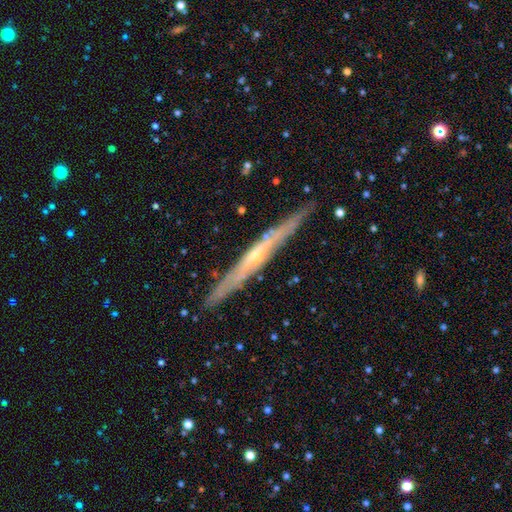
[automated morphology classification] Smooth or featured? Predicted: featured or disk (p=0.77). Edge-on disk? Predicted: yes (p=0.93). Edge-on bulge? Predicted: rounded (p=0.57). Merging? Predicted: none (p=0.88).